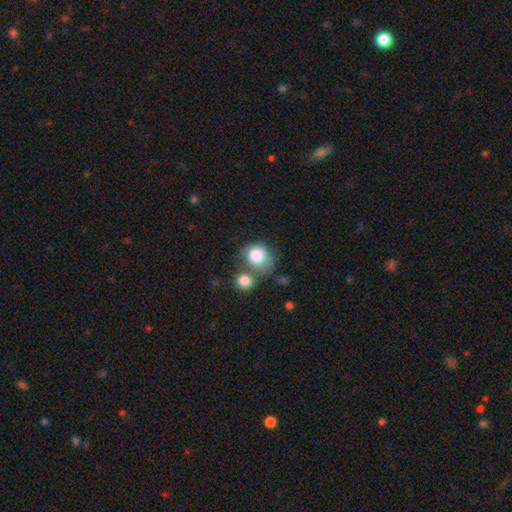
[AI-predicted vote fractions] Overall: smooth (81%). How rounded: round (73%). Merging: none (39%; merger 32%).